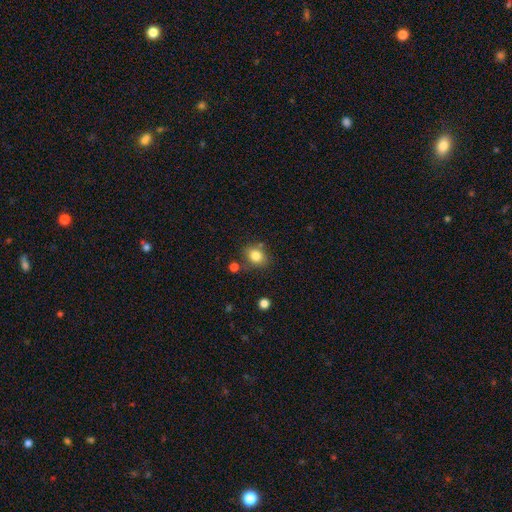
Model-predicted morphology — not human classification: This is clearly a smooth galaxy (82%). How rounded: possibly round (59%). Merging: likely none (72%).